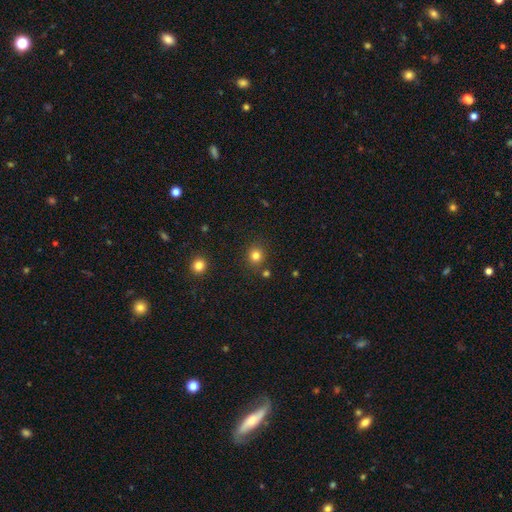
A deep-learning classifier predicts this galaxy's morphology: Overall: smooth (81%). How rounded: round (89%). Merging: none (85%).